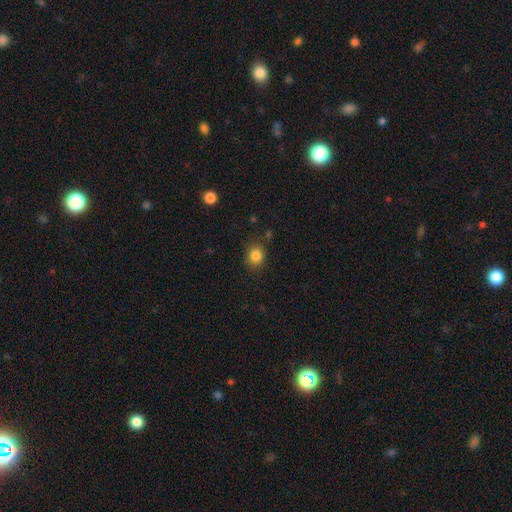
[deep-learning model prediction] Smooth or featured? Predicted: smooth (p=0.85). How rounded? Predicted: round (p=0.67). Merging? Predicted: none (p=0.82).